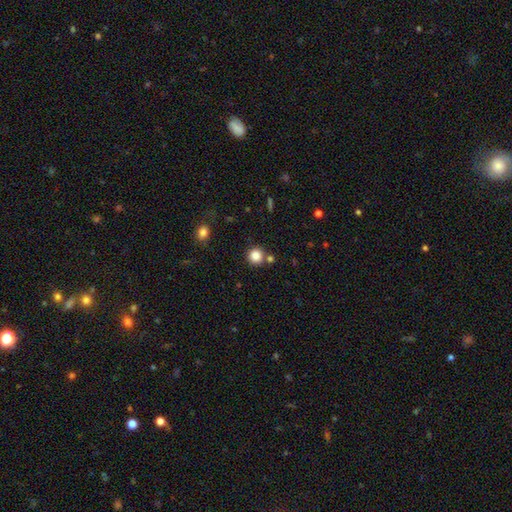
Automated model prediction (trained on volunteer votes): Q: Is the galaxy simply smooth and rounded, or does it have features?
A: smooth — 85%.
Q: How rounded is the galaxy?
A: round — 94%.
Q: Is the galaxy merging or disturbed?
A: none — 80%.